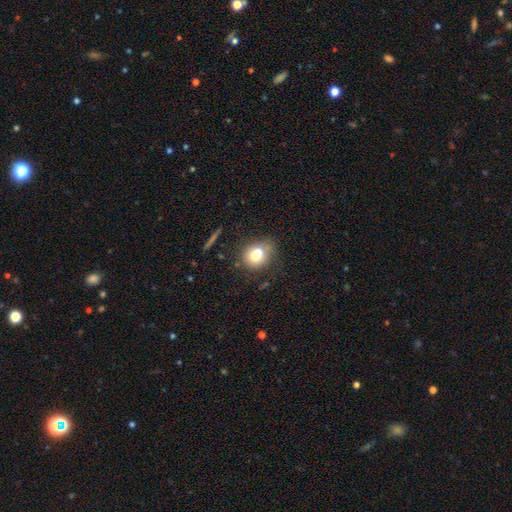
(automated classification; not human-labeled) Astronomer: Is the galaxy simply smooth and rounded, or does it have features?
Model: smooth — 72%.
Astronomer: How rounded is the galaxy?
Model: round — 60% (runner-up: in between, 38%).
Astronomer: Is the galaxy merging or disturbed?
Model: none — 52%.